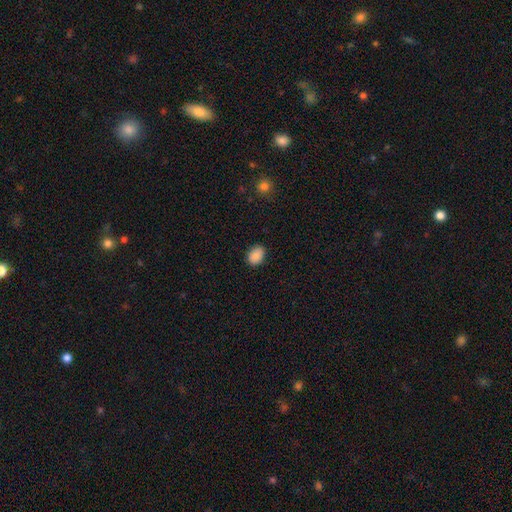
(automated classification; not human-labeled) smooth_or_featured: smooth (p=0.89) [alt: star or artifact p=0.08]
how_rounded: in between (p=0.77) [alt: round p=0.22]
merging: none (p=0.85) [alt: minor disturbance p=0.12]